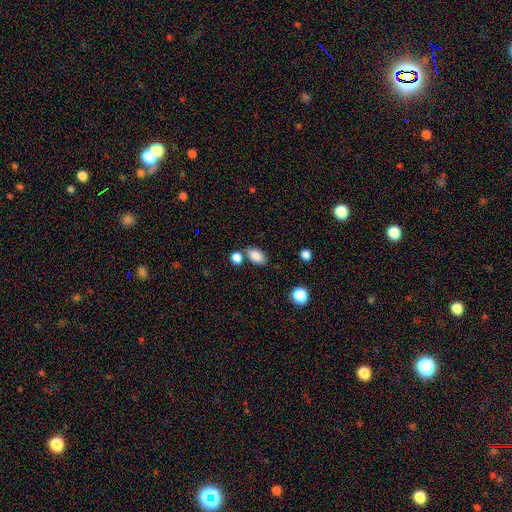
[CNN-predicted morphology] Overall: smooth (85%). How rounded: in between (89%). Merging: none (67%).